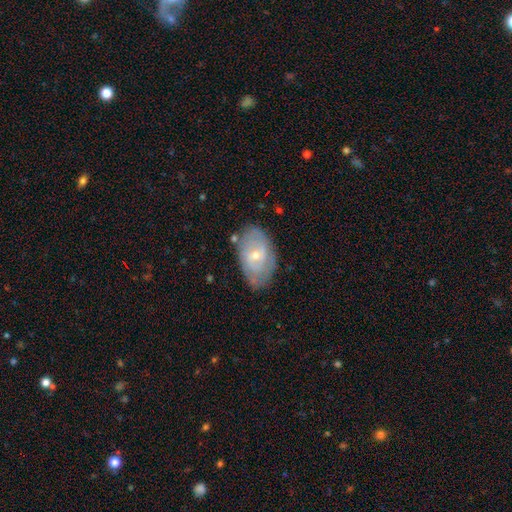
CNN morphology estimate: A featured or disk galaxy (64%) with no bar (51%), spiral arms (73%) and a small central bulge (61%).

Vote fractions:
- Smooth or featured? featured or disk: 64% / smooth: 30% / star or artifact: 6%
- Edge-on disk? no: 94% / yes: 6%
- Bar? no: 51% / weak: 42% / strong: 8%
- Spiral arms? yes: 73% / no: 27%
- Bulge size? small: 61% / moderate: 36% / large: 1% / none: 1% / dominant: 1%
- Merging? none: 73% / minor disturbance: 19% / major disturbance: 5% / merger: 2%